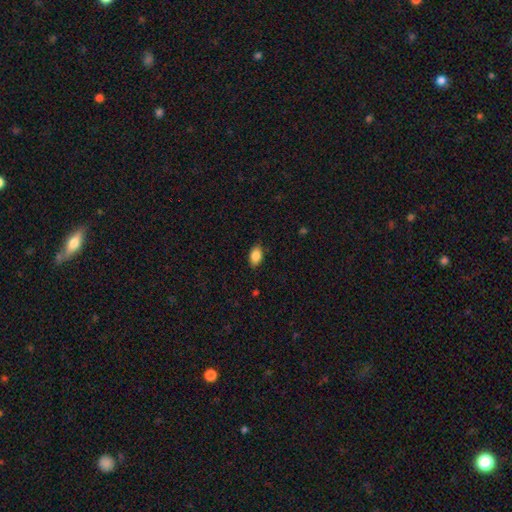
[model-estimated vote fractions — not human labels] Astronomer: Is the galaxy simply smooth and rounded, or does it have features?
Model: smooth — 87%.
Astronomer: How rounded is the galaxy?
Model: in between — 89%.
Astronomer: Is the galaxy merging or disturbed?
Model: none — 86%.